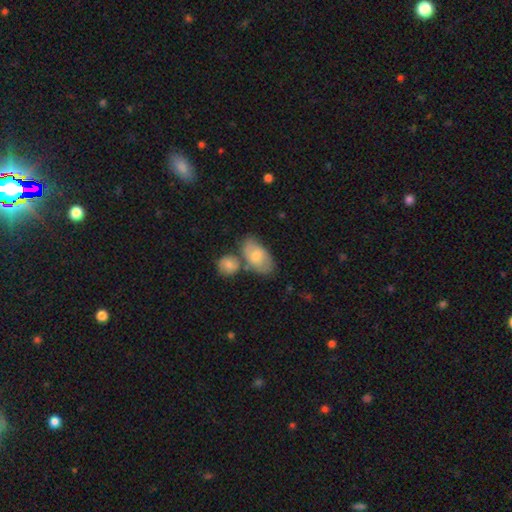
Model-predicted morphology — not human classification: Smooth or featured: smooth — 63% (featured or disk — 29%)
How rounded: in between — 90% (round — 7%)
Merging: none — 53% (merger — 26%)